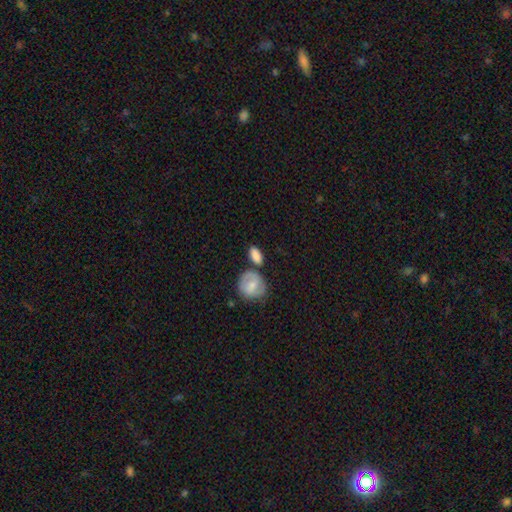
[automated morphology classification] The model was most divided on "merging": none: 60%, minor disturbance: 18%, merger: 17%, major disturbance: 5%. More confident: smooth or featured — smooth (81%); how rounded — in between (77%).